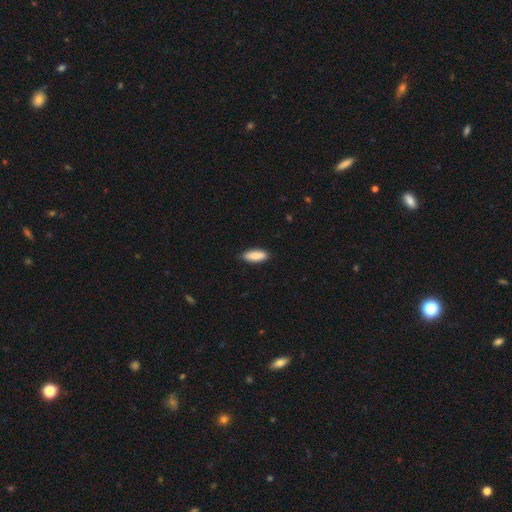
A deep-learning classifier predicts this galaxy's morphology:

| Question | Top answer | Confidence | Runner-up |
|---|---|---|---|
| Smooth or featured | smooth | 88% | featured or disk (6%) |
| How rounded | in between | 67% | cigar-shaped (31%) |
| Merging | none | 85% | minor disturbance (12%) |